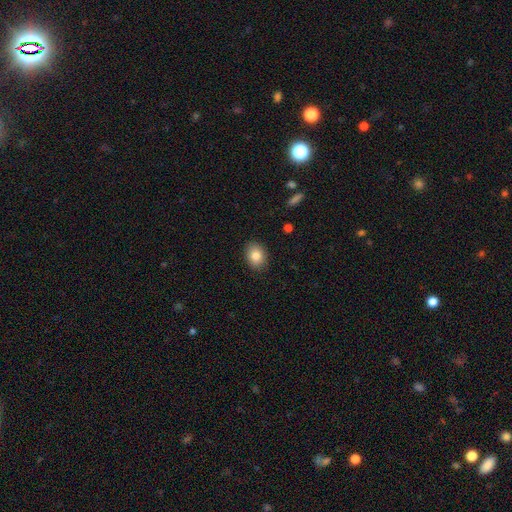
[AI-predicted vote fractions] smooth 85%, star or artifact 8%, featured or disk 7%. Down the decision tree: how rounded — in between (66%); merging — none (88%).